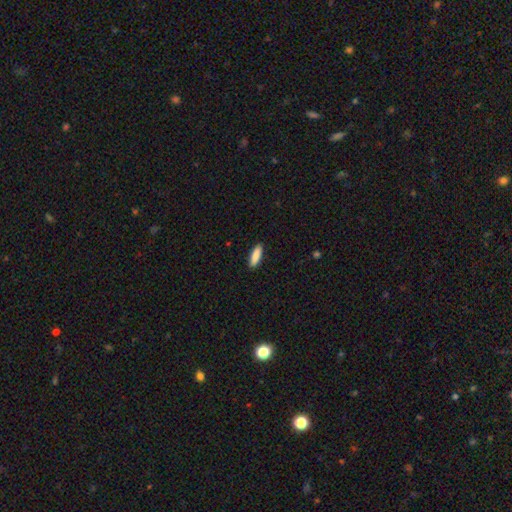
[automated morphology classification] Smooth or featured? smooth (87%)
How rounded? cigar-shaped (55%)
Merging? none (90%)